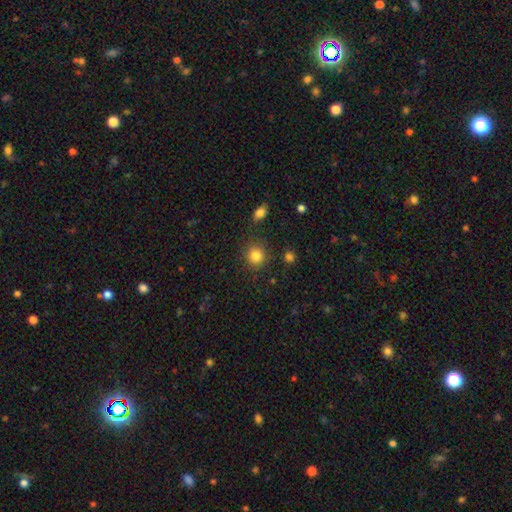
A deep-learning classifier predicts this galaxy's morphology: smooth-or-featured: smooth: 84% | star or artifact: 11% | featured or disk: 5%
  how-rounded: round: 89% | in between: 10% | cigar-shaped: 1%
  merging: none: 85% | minor disturbance: 8% | major disturbance: 3% | merger: 3%